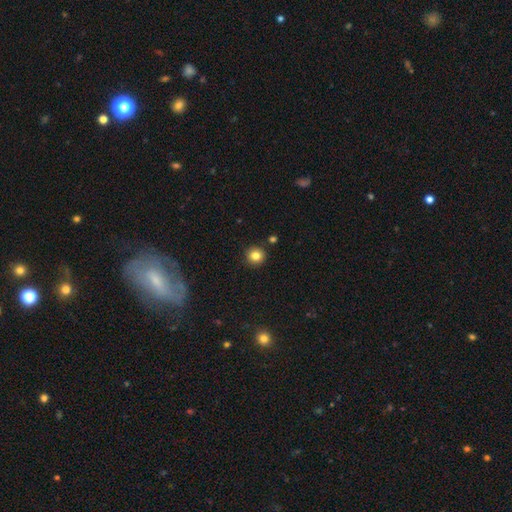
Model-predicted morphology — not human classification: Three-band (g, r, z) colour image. It shows a smooth galaxy with no disk features (83%) that is round (93%). Merging: none (90%).